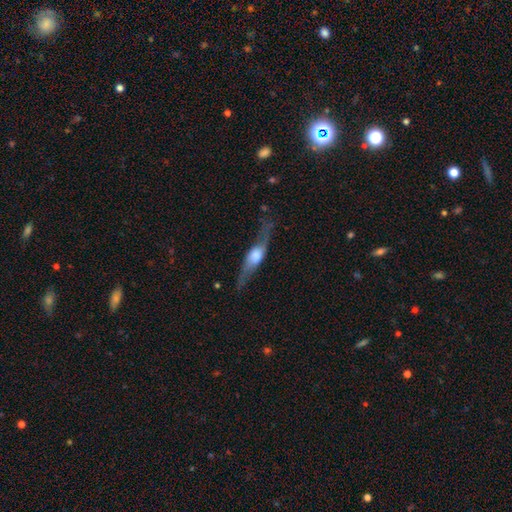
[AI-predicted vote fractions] smooth_or_featured: featured or disk (p=0.66) [alt: smooth p=0.28]
disk_edge_on: yes (p=0.80) [alt: no p=0.20]
edge_on_bulge: rounded (p=0.82) [alt: boxy p=0.13]
merging: none (p=0.70) [alt: minor disturbance p=0.19]